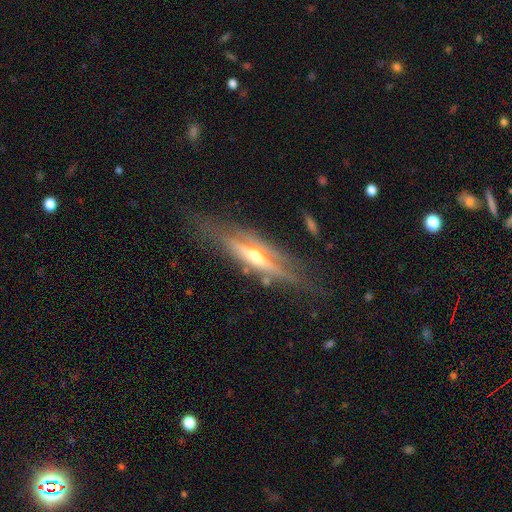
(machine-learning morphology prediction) smooth-or-featured: featured or disk: 74% | smooth: 19% | star or artifact: 7%
  disk-edge-on: yes: 89% | no: 11%
    edge-on-bulge: rounded: 85% | none: 9% | boxy: 7%
  merging: none: 71% | minor disturbance: 19% | major disturbance: 8% | merger: 3%